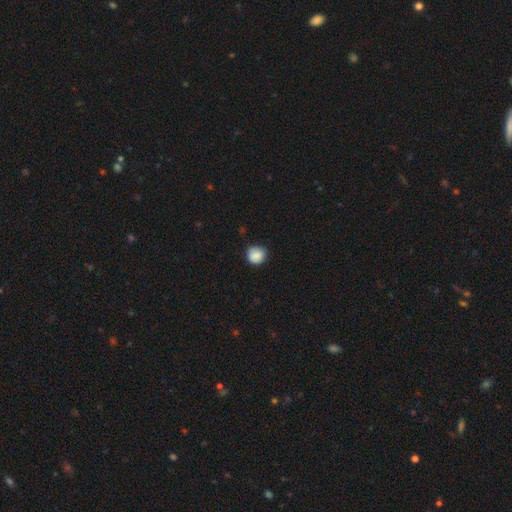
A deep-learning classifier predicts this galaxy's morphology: Overall: smooth (85%). How rounded: round (88%). Merging: none (76%).